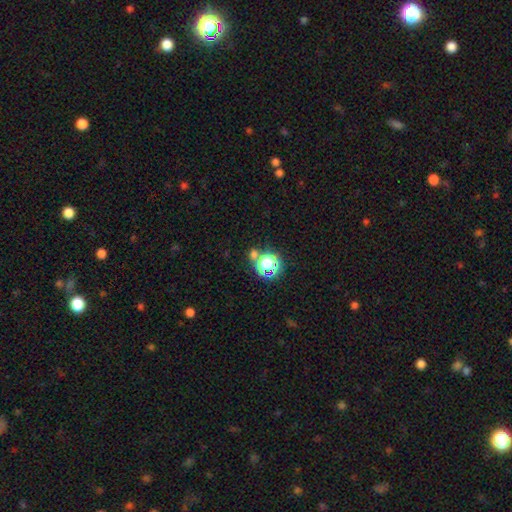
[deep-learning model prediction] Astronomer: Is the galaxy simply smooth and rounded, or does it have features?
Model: star or artifact — 62%.